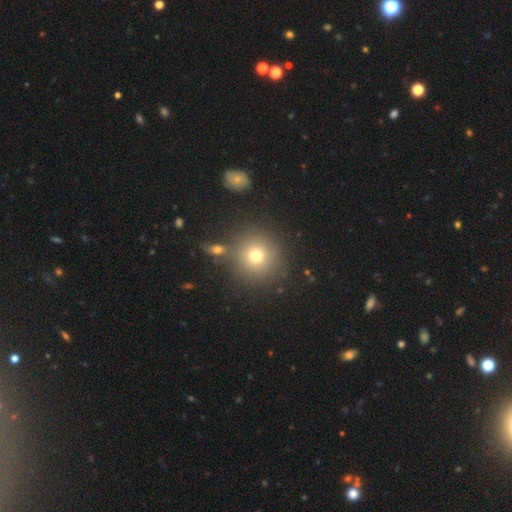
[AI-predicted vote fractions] Q: Smooth or featured?
A: smooth (73%); runner-up: star or artifact (15%)
Q: How rounded?
A: round (92%); runner-up: in between (7%)
Q: Merging?
A: none (78%); runner-up: merger (10%)